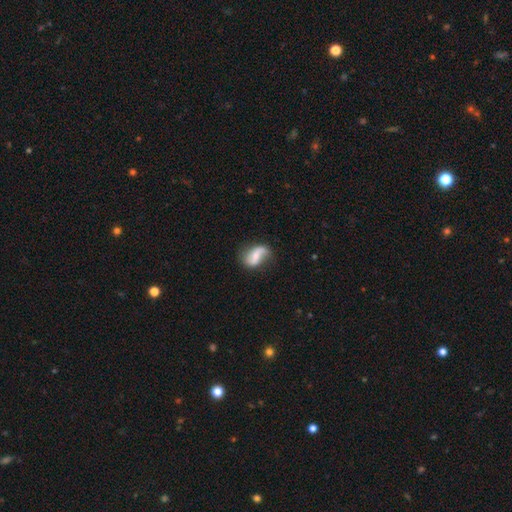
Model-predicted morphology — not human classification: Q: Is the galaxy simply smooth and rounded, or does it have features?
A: featured or disk — 53%.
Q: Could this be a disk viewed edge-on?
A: no — 95%.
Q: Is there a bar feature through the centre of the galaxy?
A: no — 45%.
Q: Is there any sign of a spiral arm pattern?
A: yes — 82%.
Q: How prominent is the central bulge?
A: small — 45%.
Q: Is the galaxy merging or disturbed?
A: none — 51%.